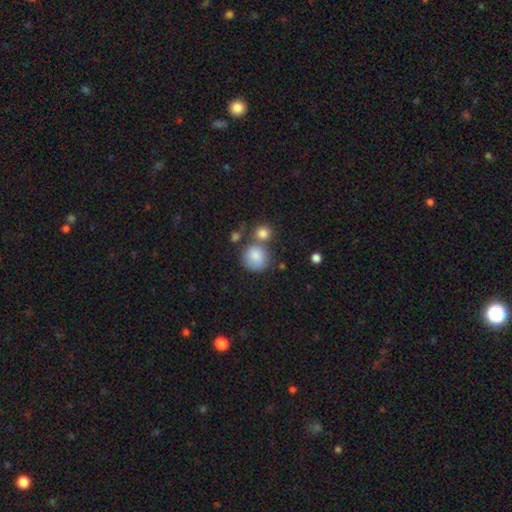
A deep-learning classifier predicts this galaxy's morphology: Q: Smooth or featured?
A: smooth (84%); runner-up: star or artifact (9%)
Q: How rounded?
A: round (88%); runner-up: in between (11%)
Q: Merging?
A: none (59%); runner-up: merger (23%)